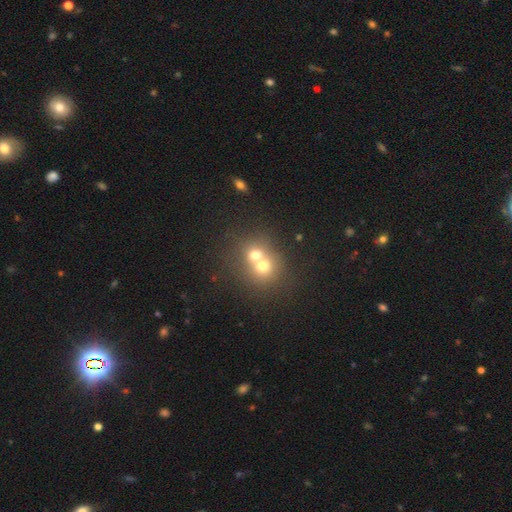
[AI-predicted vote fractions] Morphology: type=smooth (59%); roundness=round (80%); merging=merger (57%).